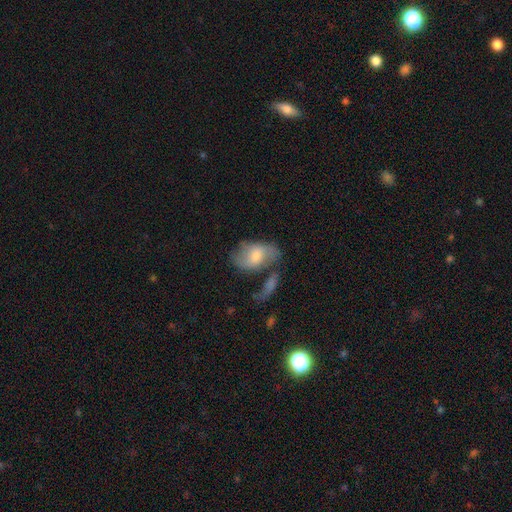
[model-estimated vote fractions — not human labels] Smooth or featured: smooth — 52% (featured or disk — 42%)
How rounded: in between — 87% (round — 11%)
Merging: none — 40% (minor disturbance — 23%)